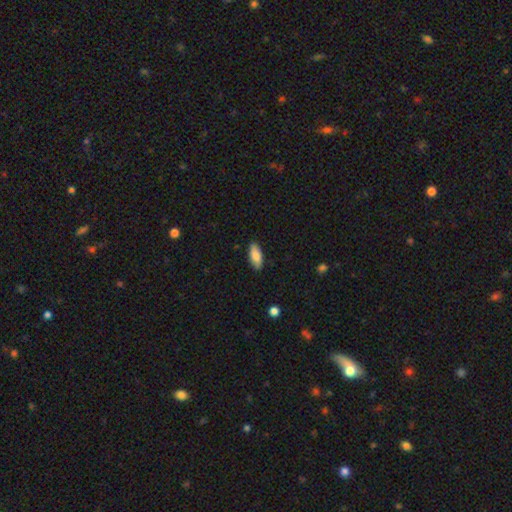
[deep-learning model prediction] Smooth or featured?
  - smooth: 85% *
  - featured or disk: 9%
  - star or artifact: 6%
How rounded?
  - in between: 82% *
  - cigar-shaped: 17%
  - round: 2%
Merging?
  - none: 88% *
  - minor disturbance: 9%
  - major disturbance: 2%
  - merger: 1%